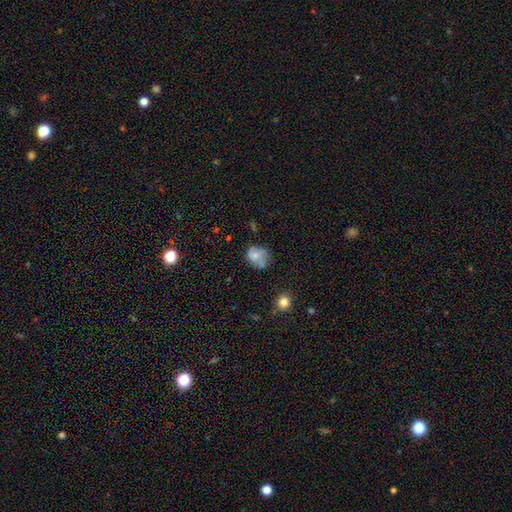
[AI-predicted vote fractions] This is possibly a smooth galaxy (54%). How rounded: possibly round (55%). Merging: possibly none (51%).